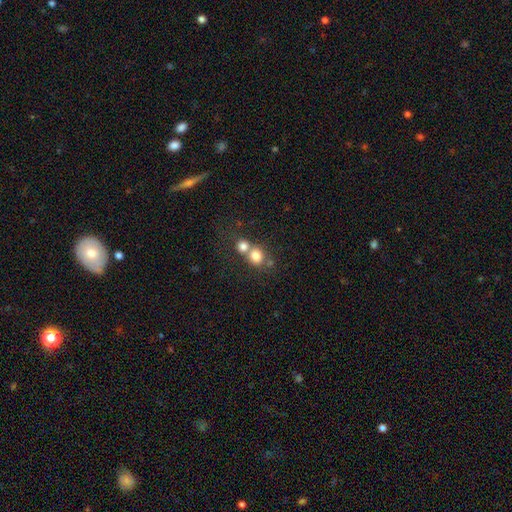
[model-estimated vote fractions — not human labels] A smooth galaxy with no disk features (77%) that is round (80%). Merging: merger (54%).